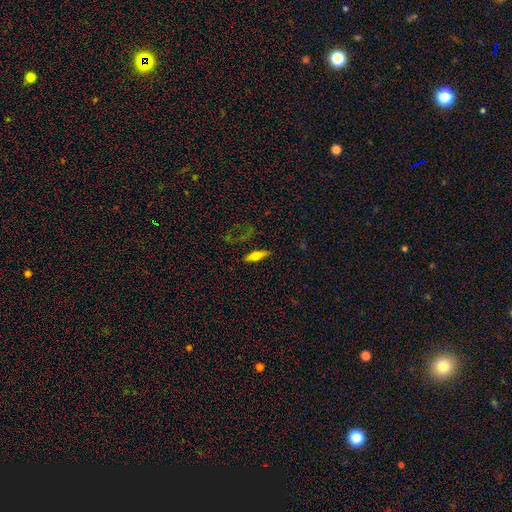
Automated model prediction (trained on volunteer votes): Morphology: type=smooth (60%); roundness=cigar-shaped (56%); merging=none (76%).